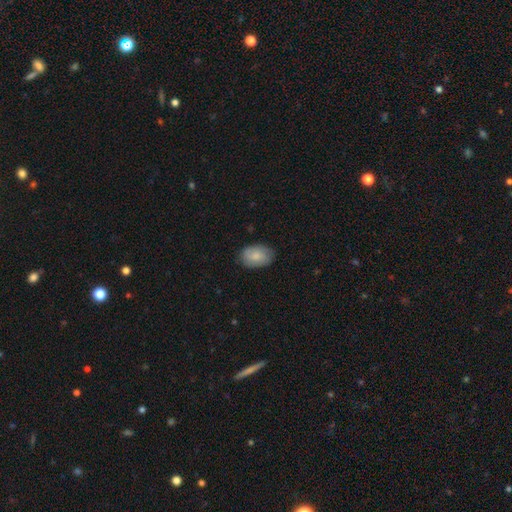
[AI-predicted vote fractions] This appears to be a smooth galaxy with no disk features (78%) that is in between round and cigar-shaped (86%). Merging: none (81%).